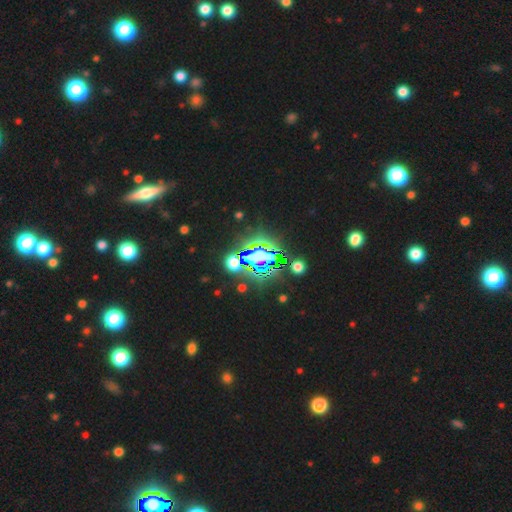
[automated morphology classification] This is likely a star or artifact rather than a galaxy (73%).